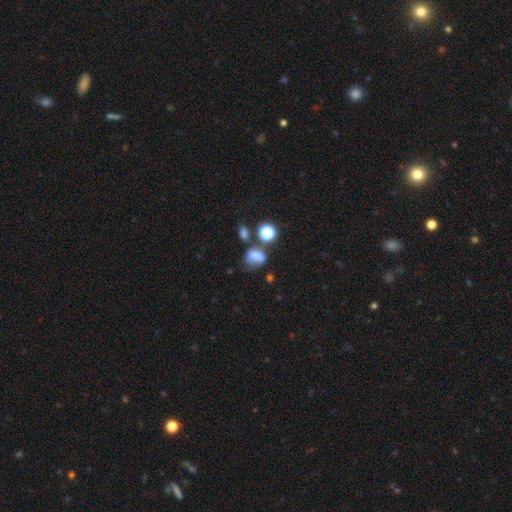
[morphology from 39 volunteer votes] Volunteers were most divided on "merging": none: 53%, minor disturbance: 25%, merger: 17%, major disturbance: 6%. More confident: how rounded — in between (74%); smooth or featured — smooth (69%).